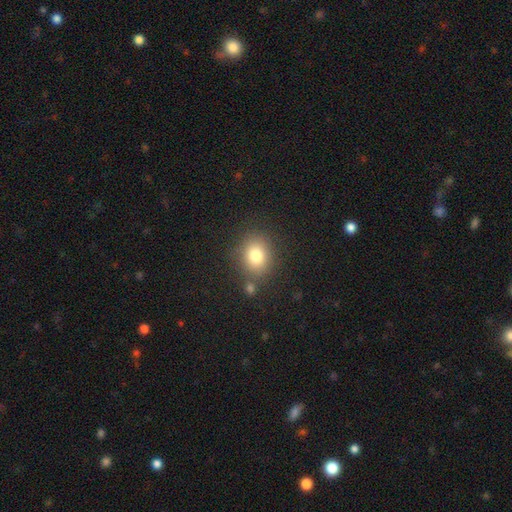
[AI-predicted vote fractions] Smooth or featured: smooth — 80% (star or artifact — 11%)
How rounded: round — 58% (in between — 41%)
Merging: none — 77% (minor disturbance — 11%)